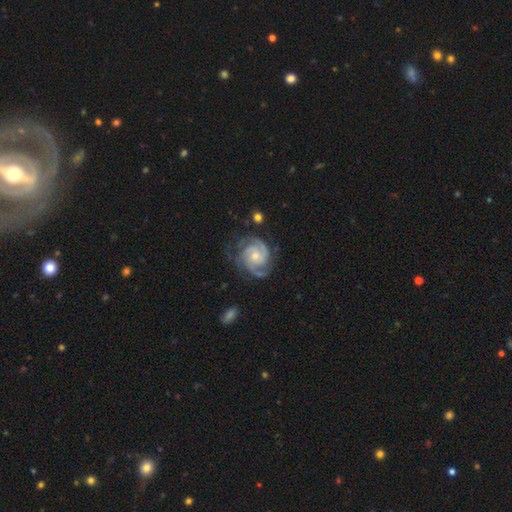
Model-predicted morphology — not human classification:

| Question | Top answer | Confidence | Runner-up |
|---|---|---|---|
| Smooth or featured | featured or disk | 92% | smooth (4%) |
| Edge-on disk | no | 98% | yes (2%) |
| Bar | no | 69% | weak (26%) |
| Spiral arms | yes | 98% | no (2%) |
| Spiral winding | tight | 57% | medium (37%) |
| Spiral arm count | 3 | 45% | 2 (32%) |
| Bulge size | small | 55% | moderate (41%) |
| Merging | none | 71% | minor disturbance (19%) |